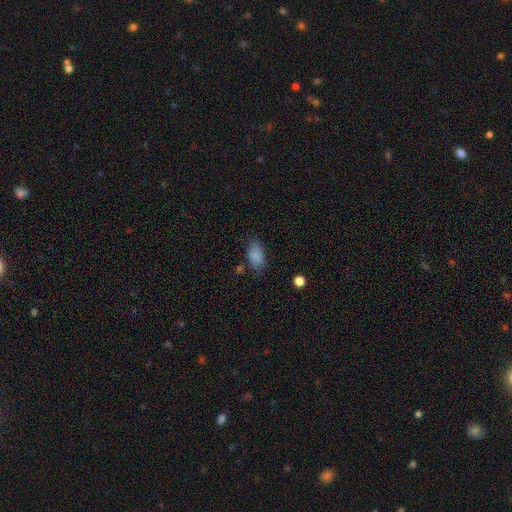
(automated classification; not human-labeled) The model was most divided on "merging": none: 72%, minor disturbance: 19%, major disturbance: 6%, merger: 3%. More confident: how rounded — in between (90%); smooth or featured — smooth (86%).